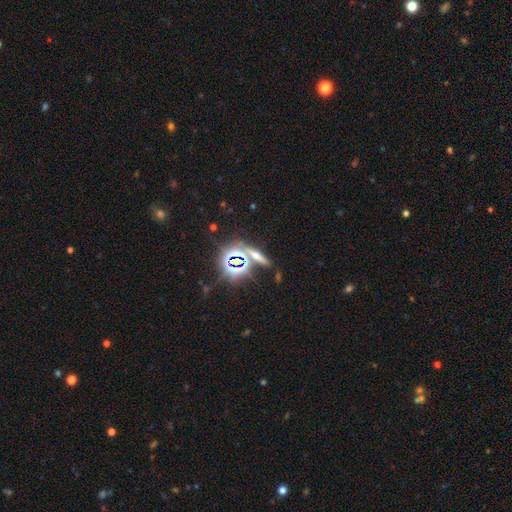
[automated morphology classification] Overall: star or artifact (43%; featured or disk 30%).